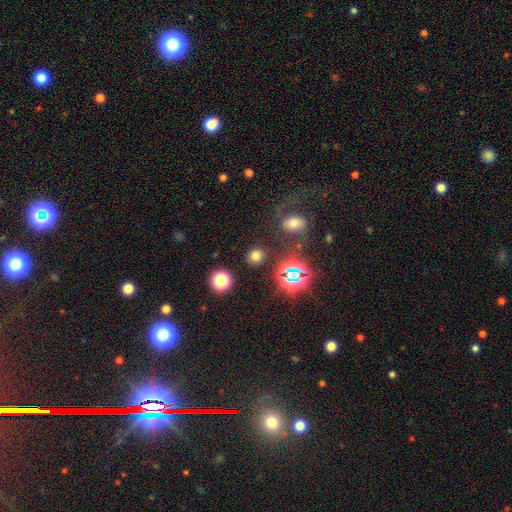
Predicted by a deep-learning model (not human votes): A smooth galaxy with no disk features (68%) that is round (78%).

Vote fractions:
- Smooth or featured? smooth: 68% / star or artifact: 25% / featured or disk: 7%
- How rounded? round: 78% / in between: 20% / cigar-shaped: 1%
- Merging? none: 85% / minor disturbance: 8% / major disturbance: 3% / merger: 3%